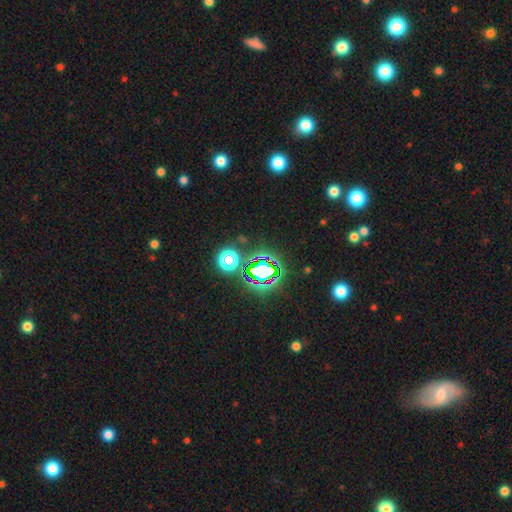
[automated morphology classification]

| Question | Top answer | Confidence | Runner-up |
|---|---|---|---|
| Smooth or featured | star or artifact | 73% | smooth (18%) |